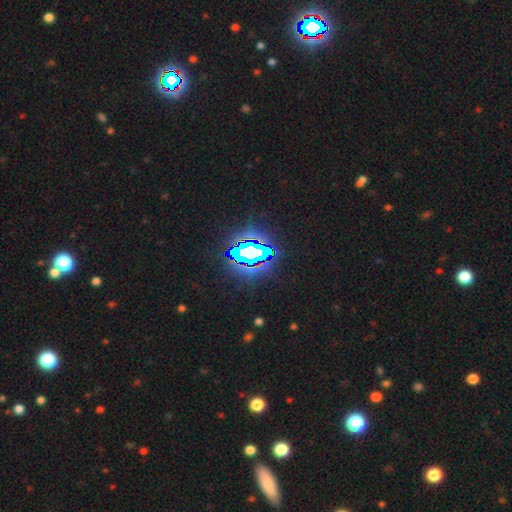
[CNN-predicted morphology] Overall: star or artifact (82%).